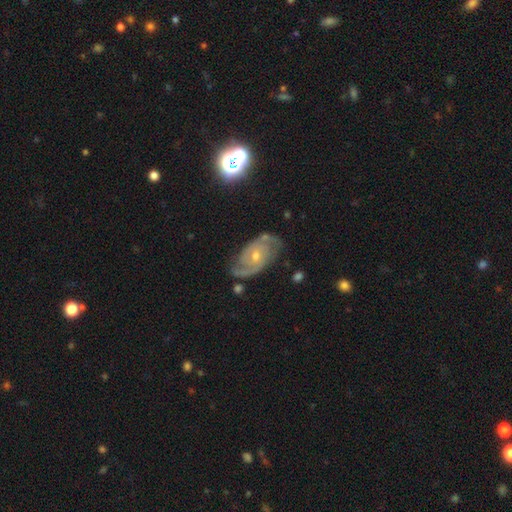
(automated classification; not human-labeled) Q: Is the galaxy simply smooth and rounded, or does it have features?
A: featured or disk — 87%.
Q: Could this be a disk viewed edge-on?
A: no — 97%.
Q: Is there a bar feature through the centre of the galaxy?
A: no — 68%.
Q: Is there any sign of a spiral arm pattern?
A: yes — 97%.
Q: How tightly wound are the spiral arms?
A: medium — 44%, tied with tight.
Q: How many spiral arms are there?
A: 2 — 80%.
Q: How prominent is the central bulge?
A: small — 57%.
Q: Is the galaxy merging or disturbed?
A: none — 75%.